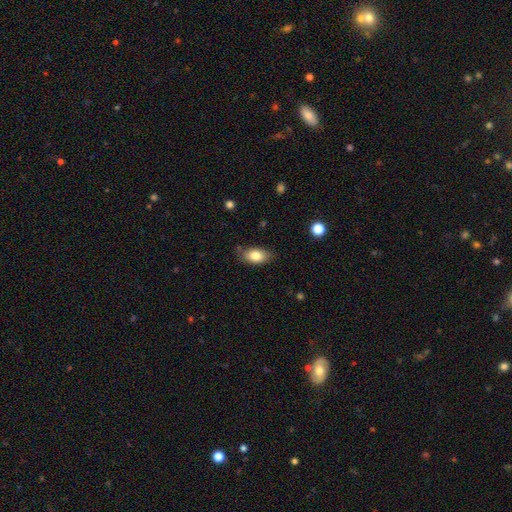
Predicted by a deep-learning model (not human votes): Smooth or featured? Predicted: smooth (p=0.82). How rounded? Predicted: in between (p=0.91). Merging? Predicted: none (p=0.80).